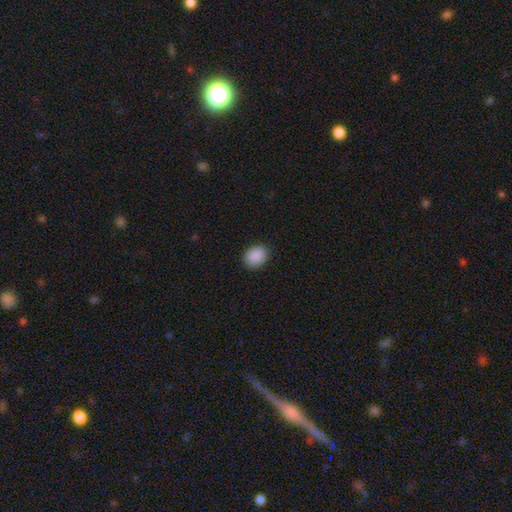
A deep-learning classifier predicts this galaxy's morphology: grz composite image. It shows a smooth galaxy with no disk features (90%) that is in between round and cigar-shaped (57%). Merging: none (88%).